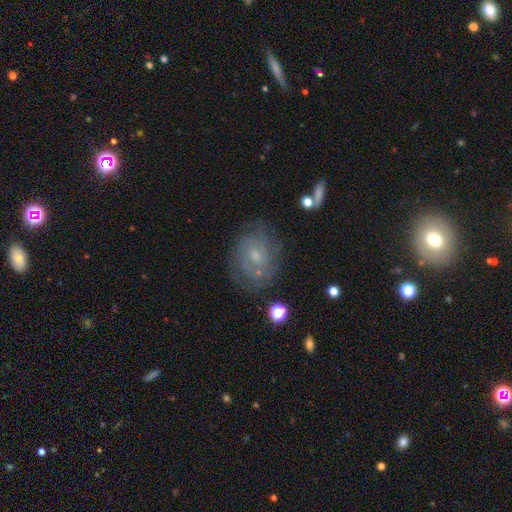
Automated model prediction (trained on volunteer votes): smooth-or-featured: featured or disk: 61% | smooth: 29% | star or artifact: 11%
  disk-edge-on: no: 97% | yes: 3%
    bar: no: 58% | weak: 37% | strong: 5%
    has-spiral-arms: yes: 78% | no: 22%
    bulge-size: small: 59% | moderate: 31% | none: 7% | large: 2% | dominant: 1%
  merging: none: 68% | minor disturbance: 18% | major disturbance: 9% | merger: 4%